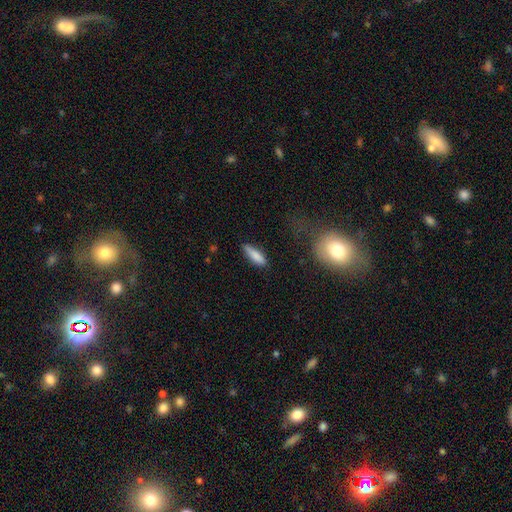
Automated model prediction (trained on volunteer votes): Smooth or featured: smooth — 83% (featured or disk — 10%)
How rounded: cigar-shaped — 53% (in between — 45%)
Merging: none — 77% (minor disturbance — 17%)